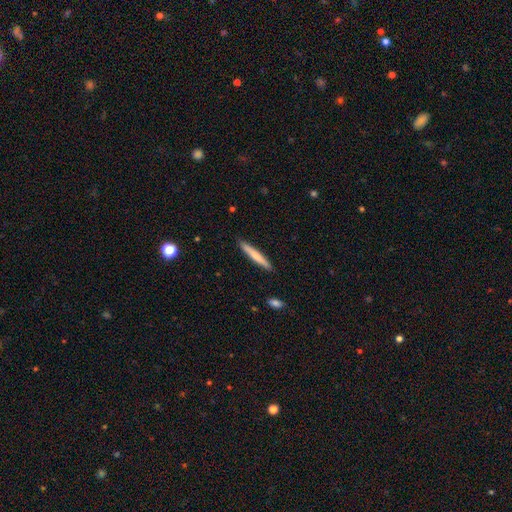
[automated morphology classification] smooth-or-featured: smooth: 69% | featured or disk: 26% | star or artifact: 5%
  how-rounded: cigar-shaped: 95% | in between: 4% | round: 1%
  merging: none: 90% | minor disturbance: 7% | major disturbance: 1% | merger: 1%